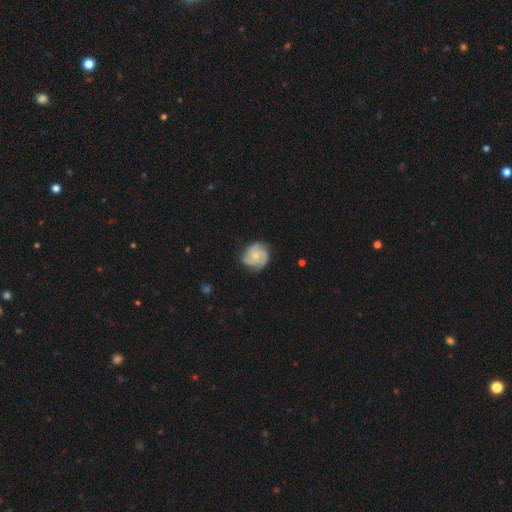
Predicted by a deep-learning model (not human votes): This appears to be a featured or disk galaxy (75%) with no bar (76%), 3 (63%) tight (49%) spiral arms (95%) and a small central bulge (54%). Merging: none (74%).